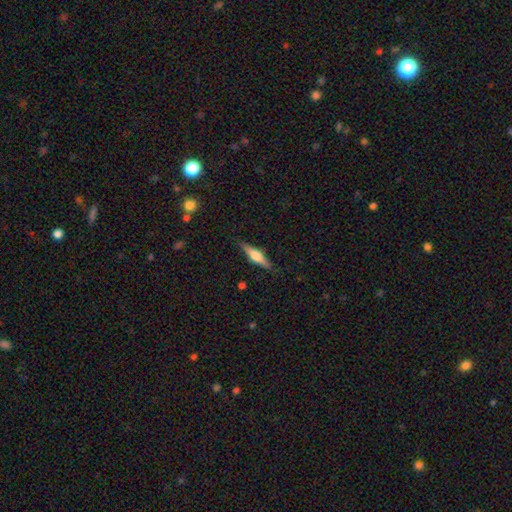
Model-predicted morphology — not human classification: featured or disk 63%, smooth 31%, star or artifact 6%. Down the decision tree: edge-on disk — yes (97%); edge-on bulge — rounded (89%); merging — none (87%).